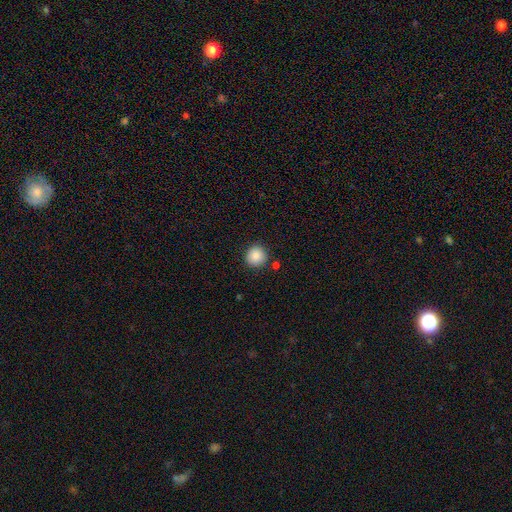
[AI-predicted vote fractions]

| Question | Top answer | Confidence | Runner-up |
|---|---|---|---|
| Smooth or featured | smooth | 87% | star or artifact (9%) |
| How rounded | round | 93% | in between (6%) |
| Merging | none | 86% | minor disturbance (8%) |